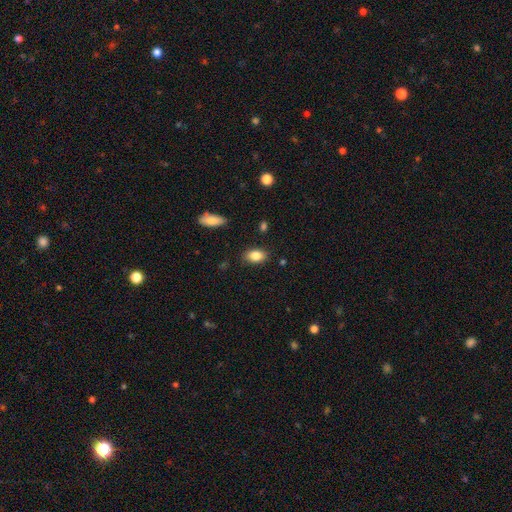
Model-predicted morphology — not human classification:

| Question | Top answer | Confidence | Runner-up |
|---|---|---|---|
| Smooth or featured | smooth | 85% | star or artifact (8%) |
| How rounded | in between | 87% | round (11%) |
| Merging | none | 85% | minor disturbance (11%) |